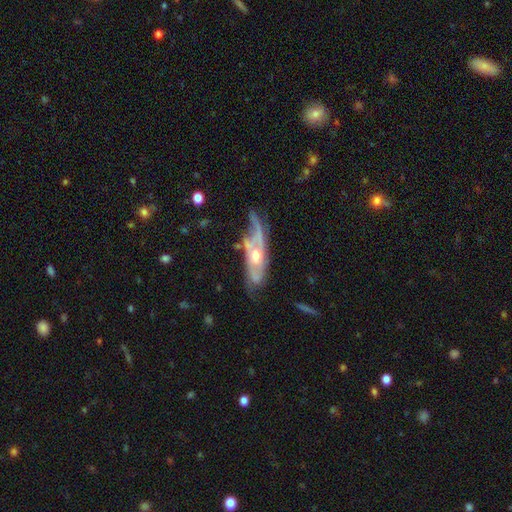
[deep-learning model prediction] A featured or disk galaxy (79%) with no bar (72%), 2 (36%) medium (37%, tied with tight) spiral arms (81%) and a moderate central bulge (69%). Merging: none (42%).